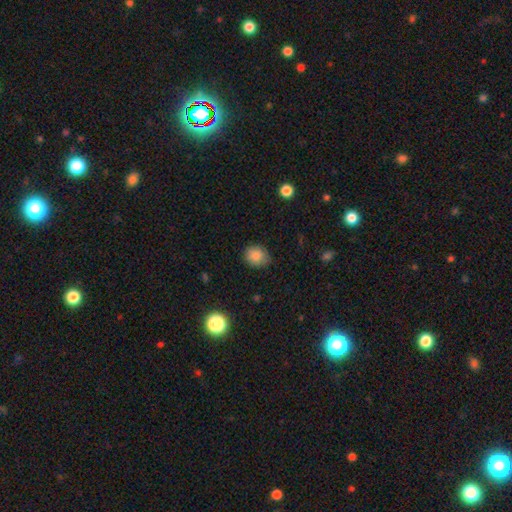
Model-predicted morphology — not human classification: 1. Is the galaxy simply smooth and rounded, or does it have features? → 85% smooth, 10% star or artifact, 5% featured or disk.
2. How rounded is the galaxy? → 66% round, 33% in between, 1% cigar-shaped.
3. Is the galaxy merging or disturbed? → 78% none, 18% minor disturbance, 3% major disturbance, 1% merger.